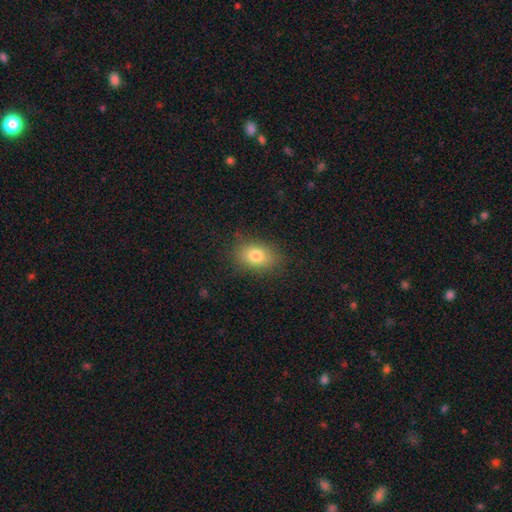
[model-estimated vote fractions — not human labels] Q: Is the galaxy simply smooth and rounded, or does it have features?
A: smooth — 79%.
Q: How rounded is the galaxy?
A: in between — 73%.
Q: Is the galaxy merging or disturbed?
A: none — 83%.